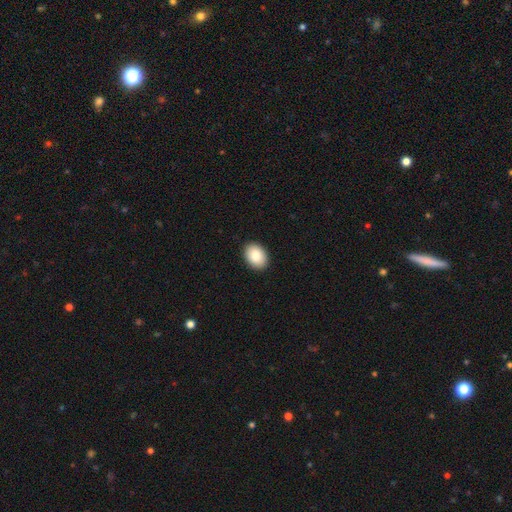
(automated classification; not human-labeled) A smooth galaxy with no disk features (87%) that is in between round and cigar-shaped (79%).

Vote fractions:
- Smooth or featured? smooth: 87% / star or artifact: 7% / featured or disk: 6%
- How rounded? in between: 79% / round: 20% / cigar-shaped: 1%
- Merging? none: 91% / minor disturbance: 6% / major disturbance: 2% / merger: 1%